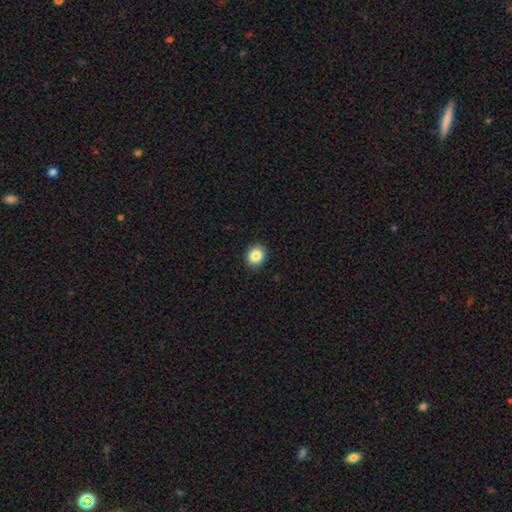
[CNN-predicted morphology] smooth_or_featured: smooth (p=0.86) [alt: star or artifact p=0.09]
how_rounded: round (p=0.71) [alt: in between p=0.28]
merging: none (p=0.92) [alt: minor disturbance p=0.06]